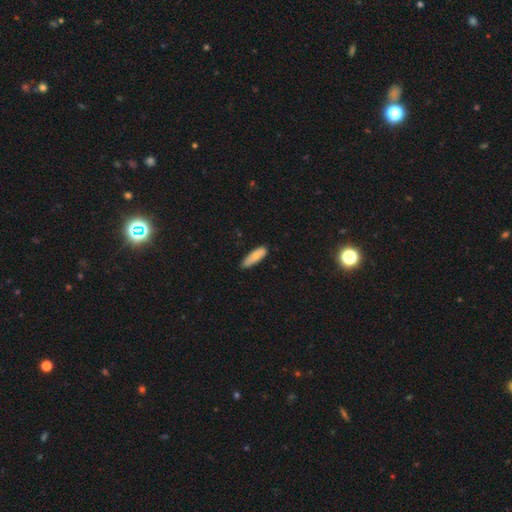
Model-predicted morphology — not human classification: This is likely a smooth galaxy (75%). How rounded: possibly in between (49%, tied with cigar-shaped). Merging: likely none (74%).